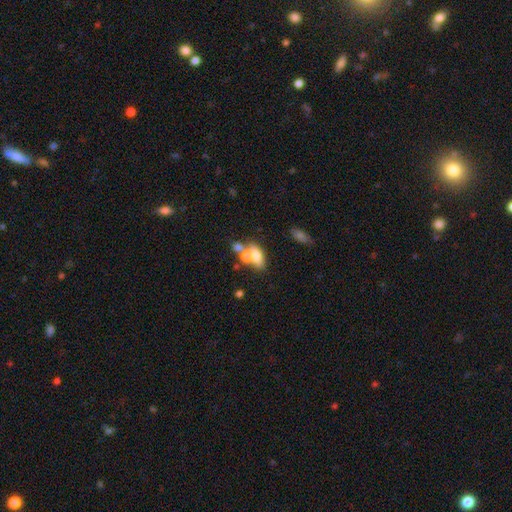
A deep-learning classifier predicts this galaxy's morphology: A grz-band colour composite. It shows a smooth galaxy with no disk features (61%) that is in between round and cigar-shaped (73%). Merging: merger (52%).